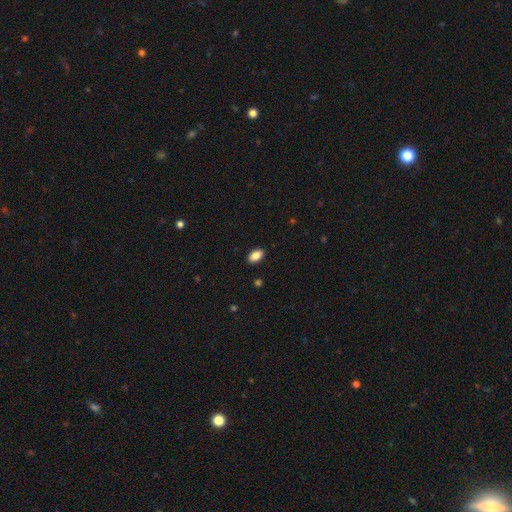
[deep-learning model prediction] smooth-or-featured: smooth: 86% | star or artifact: 8% | featured or disk: 6%
  how-rounded: in between: 91% | round: 7% | cigar-shaped: 2%
  merging: none: 90% | minor disturbance: 7% | major disturbance: 2% | merger: 1%